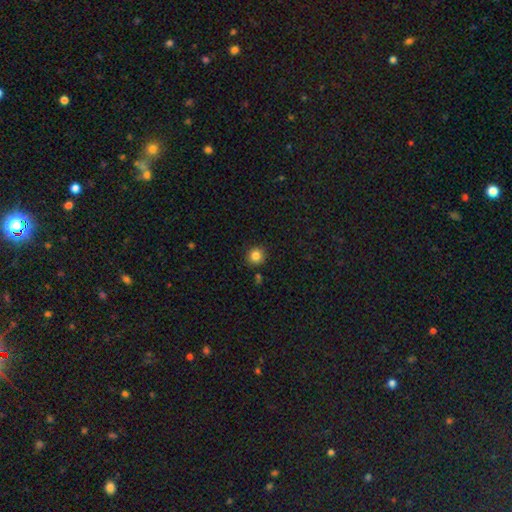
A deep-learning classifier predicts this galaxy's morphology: Overall: smooth (84%). How rounded: round (92%). Merging: none (87%).